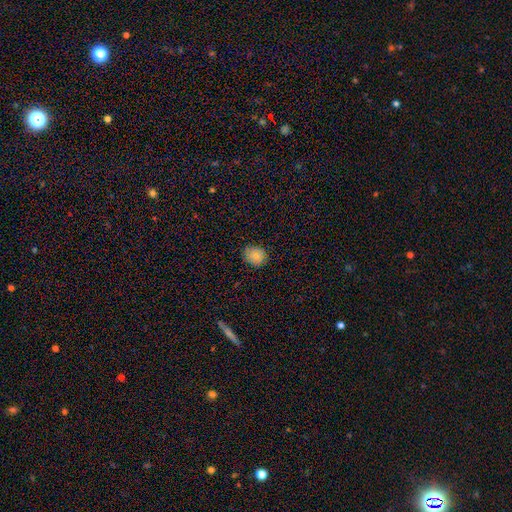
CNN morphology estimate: The model was most divided on "how rounded": round: 74%, in between: 25%, cigar-shaped: 1%. More confident: smooth or featured — smooth (85%); merging — none (84%).